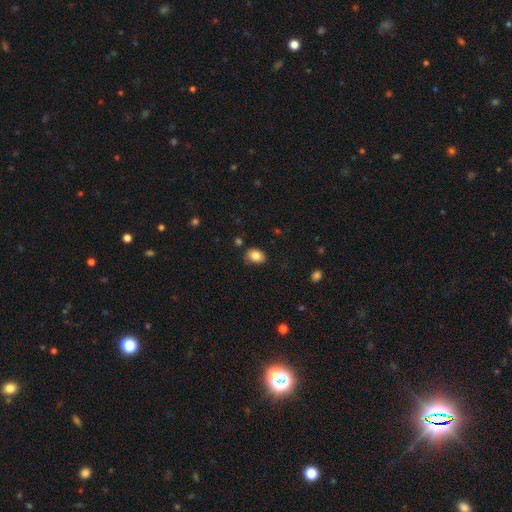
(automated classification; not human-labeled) This appears to be a smooth galaxy with no disk features (84%) that is in between round and cigar-shaped (65%). Merging: none (81%).